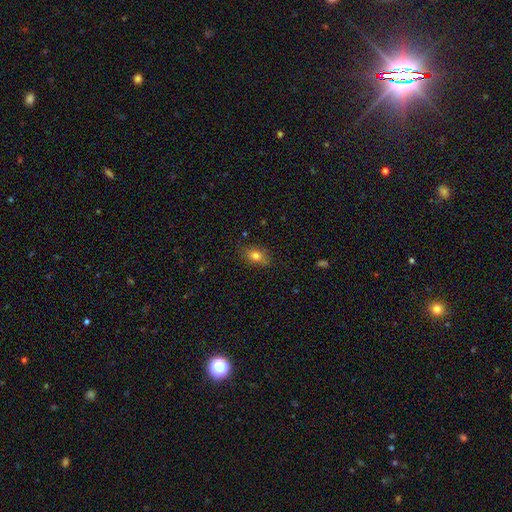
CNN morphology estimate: type=smooth (78%); roundness=in between (79%); merging=none (80%).